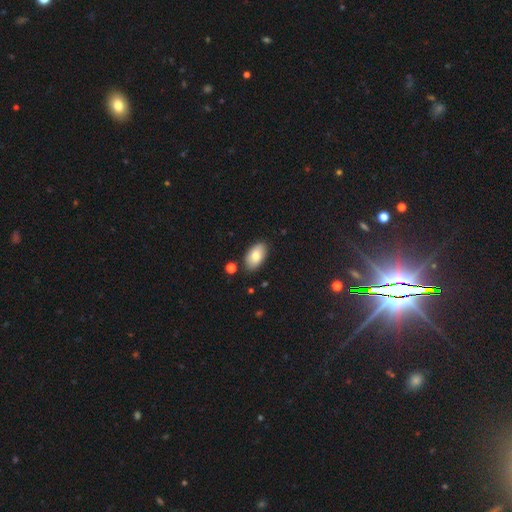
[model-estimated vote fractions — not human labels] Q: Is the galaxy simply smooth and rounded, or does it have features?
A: smooth — 79%.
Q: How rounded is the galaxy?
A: in between — 94%.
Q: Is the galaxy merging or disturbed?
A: none — 83%.